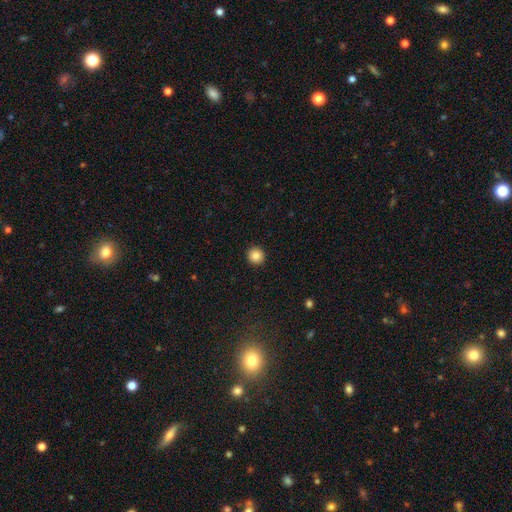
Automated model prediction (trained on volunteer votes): Smooth or featured?
  - smooth: 86% *
  - star or artifact: 10%
  - featured or disk: 4%
How rounded?
  - round: 93% *
  - in between: 6%
  - cigar-shaped: 1%
Merging?
  - none: 93% *
  - minor disturbance: 4%
  - major disturbance: 2%
  - merger: 1%